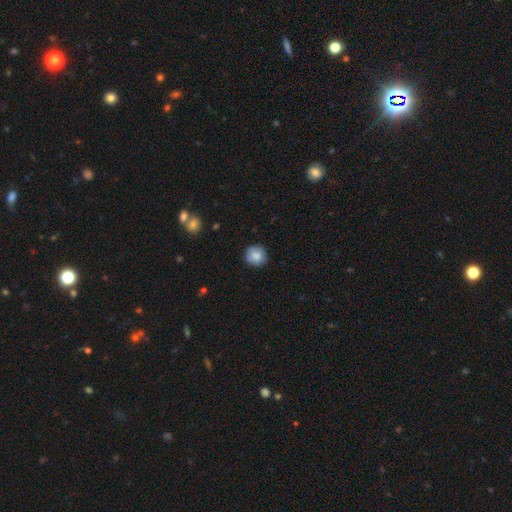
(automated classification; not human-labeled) smooth-or-featured: smooth: 83% | featured or disk: 9% | star or artifact: 8%
  how-rounded: round: 89% | in between: 10% | cigar-shaped: 1%
  merging: none: 84% | minor disturbance: 13% | major disturbance: 2% | merger: 1%